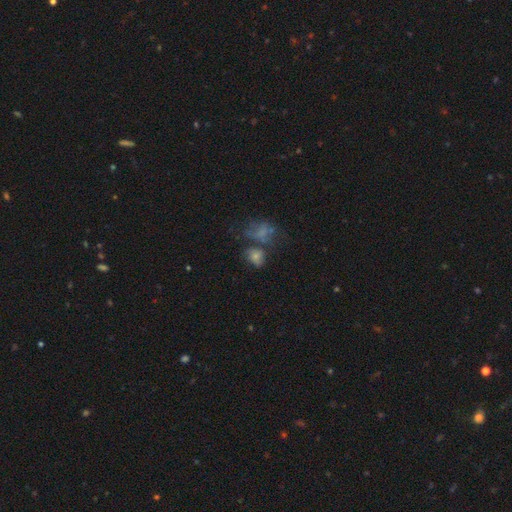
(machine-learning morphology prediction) Smooth or featured: smooth — 53% (star or artifact — 25%)
How rounded: in between — 54% (round — 44%)
Merging: none — 38% (merger — 34%)